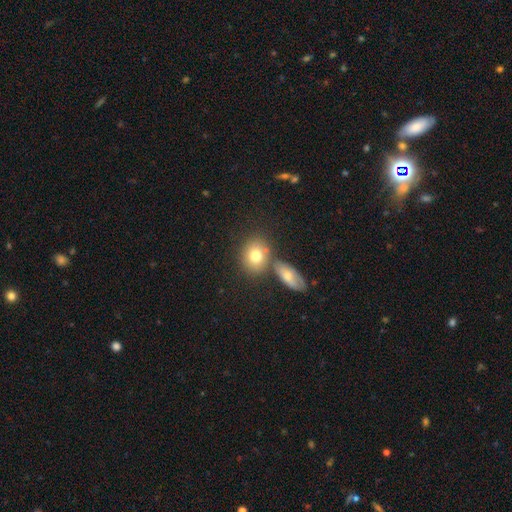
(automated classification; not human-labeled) smooth_or_featured: smooth (p=0.74) [alt: featured or disk p=0.16]
how_rounded: round (p=0.61) [alt: in between p=0.37]
merging: none (p=0.59) [alt: merger p=0.26]